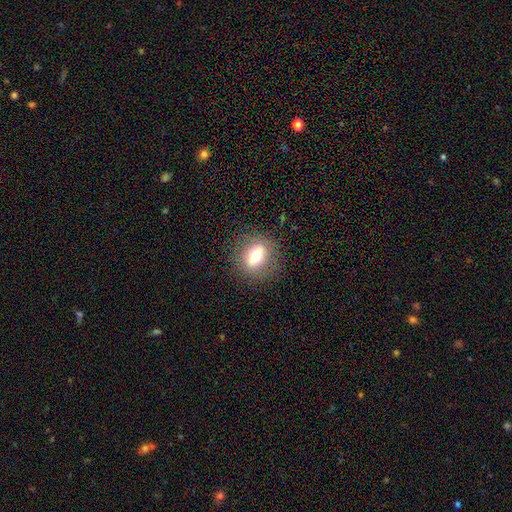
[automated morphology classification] smooth_or_featured: smooth (p=0.61) [alt: featured or disk p=0.28]
how_rounded: round (p=0.51) [alt: in between p=0.46]
merging: none (p=0.84) [alt: minor disturbance p=0.10]